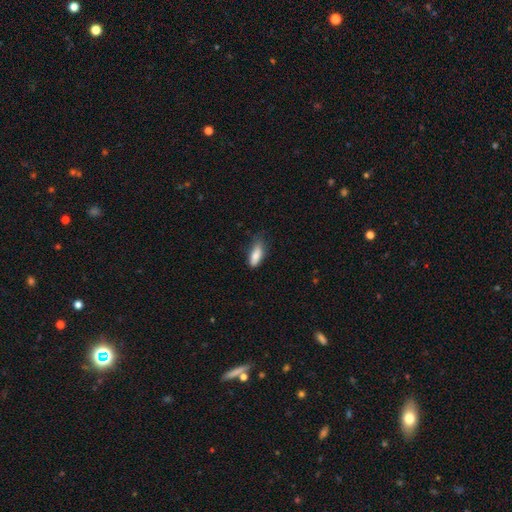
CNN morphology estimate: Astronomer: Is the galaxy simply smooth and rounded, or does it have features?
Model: smooth — 84%.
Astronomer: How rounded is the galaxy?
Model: in between — 71%.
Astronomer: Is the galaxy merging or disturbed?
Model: none — 55% (runner-up: minor disturbance, 35%).